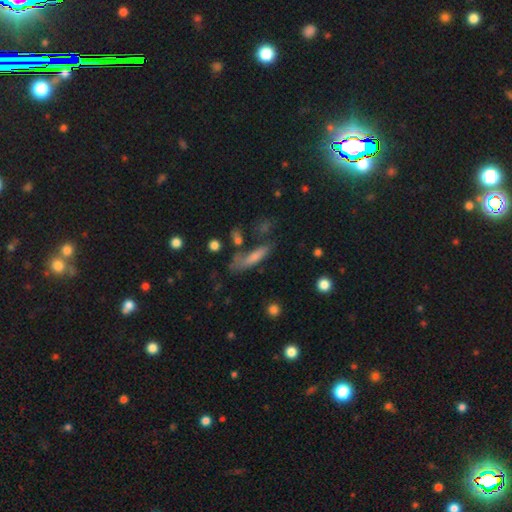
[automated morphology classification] Smooth or featured?
  - smooth: 67% *
  - featured or disk: 23%
  - star or artifact: 10%
How rounded?
  - cigar-shaped: 72% *
  - in between: 25%
  - round: 3%
Merging?
  - none: 52% *
  - minor disturbance: 24%
  - major disturbance: 14%
  - merger: 11%